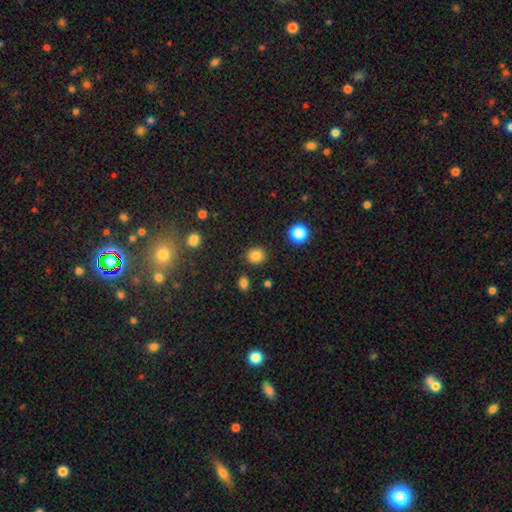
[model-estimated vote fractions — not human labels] Smooth or featured? Predicted: smooth (p=0.85). How rounded? Predicted: round (p=0.85). Merging? Predicted: none (p=0.89).